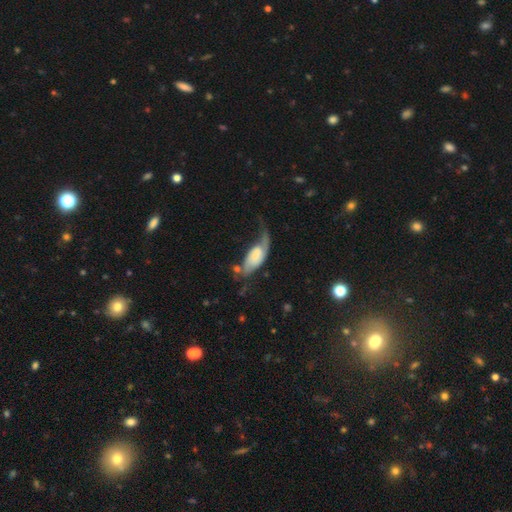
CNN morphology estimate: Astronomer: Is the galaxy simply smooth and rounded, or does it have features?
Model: featured or disk — 55% (runner-up: smooth, 39%).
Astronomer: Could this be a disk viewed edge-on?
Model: no — 90%.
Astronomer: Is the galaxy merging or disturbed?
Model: major disturbance — 42% (runner-up: none, 24%).